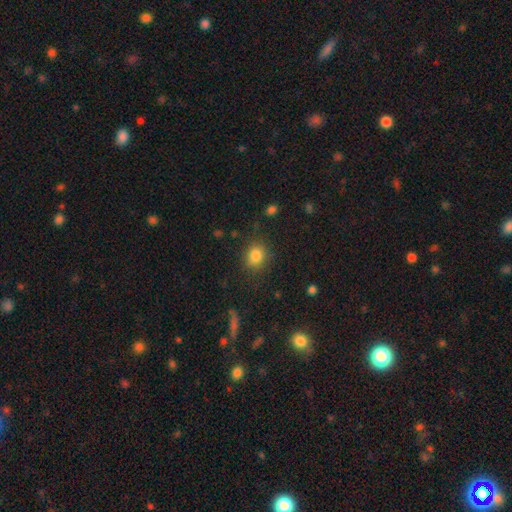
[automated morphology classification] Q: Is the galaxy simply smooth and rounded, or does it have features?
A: smooth — 84%.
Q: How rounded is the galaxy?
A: round — 66%.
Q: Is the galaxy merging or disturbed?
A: none — 82%.